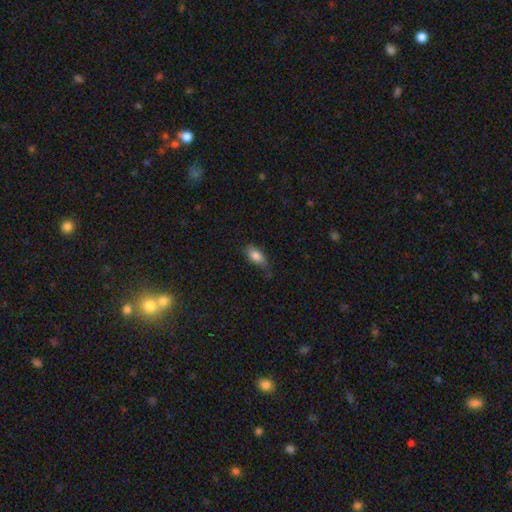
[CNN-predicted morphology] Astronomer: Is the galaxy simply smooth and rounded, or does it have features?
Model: smooth — 84%.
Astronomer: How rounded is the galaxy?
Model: in between — 87%.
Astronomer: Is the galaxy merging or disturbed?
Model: none — 62%.